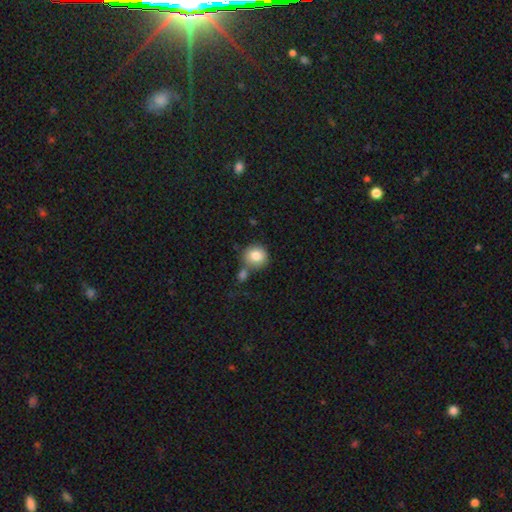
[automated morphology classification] Q: Smooth or featured?
A: smooth (83%); runner-up: star or artifact (8%)
Q: How rounded?
A: round (90%); runner-up: in between (9%)
Q: Merging?
A: none (60%); runner-up: merger (23%)